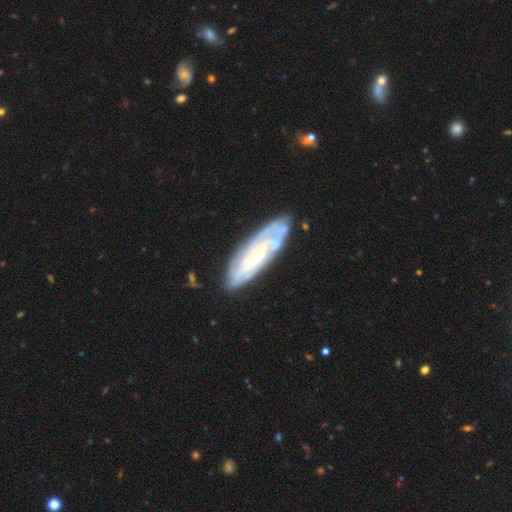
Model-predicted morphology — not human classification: Smooth or featured: featured or disk — 76% (smooth — 19%)
Edge-on disk: no — 80% (yes — 20%)
Bar: no — 50% (weak — 35%)
Spiral arms: yes — 84% (no — 16%)
Spiral winding: tight — 69% (medium — 24%)
Spiral arm count: can't tell — 59% (2 — 19%)
Bulge size: small — 51% (moderate — 41%)
Merging: none — 75% (minor disturbance — 17%)